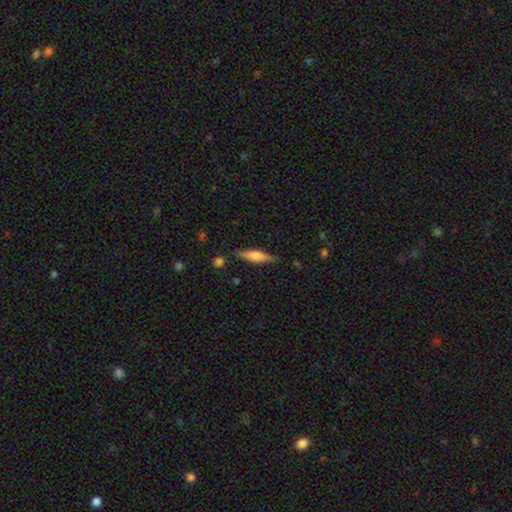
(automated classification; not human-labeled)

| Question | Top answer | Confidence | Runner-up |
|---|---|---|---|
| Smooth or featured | smooth | 49% | featured or disk (44%) |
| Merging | none | 84% | minor disturbance (12%) |